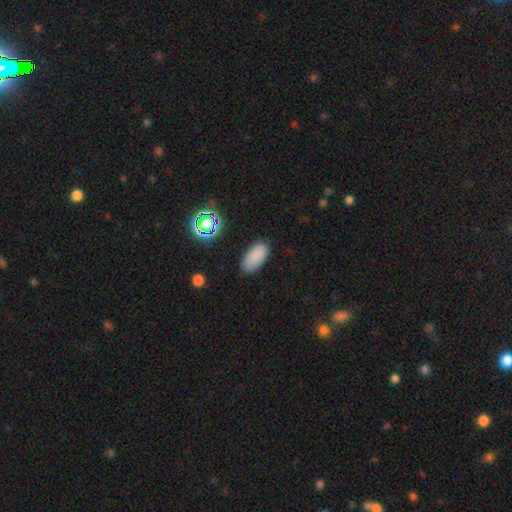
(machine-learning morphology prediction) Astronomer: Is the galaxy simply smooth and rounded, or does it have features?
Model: smooth — 83%.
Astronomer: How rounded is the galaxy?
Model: in between — 93%.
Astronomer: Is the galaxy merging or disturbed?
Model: none — 82%.